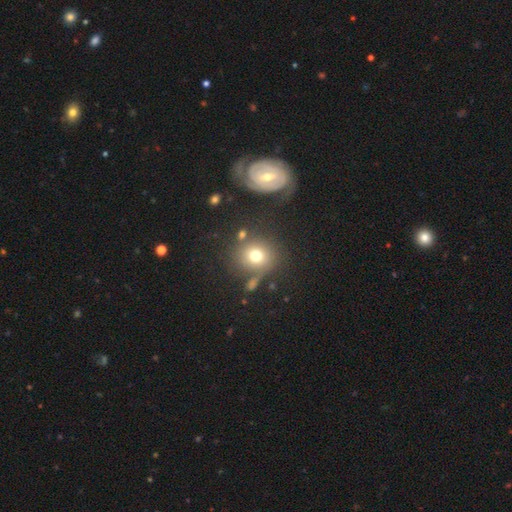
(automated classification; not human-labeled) smooth_or_featured: smooth (p=0.72) [alt: featured or disk p=0.14]
how_rounded: round (p=0.84) [alt: in between p=0.15]
merging: none (p=0.70) [alt: minor disturbance p=0.13]